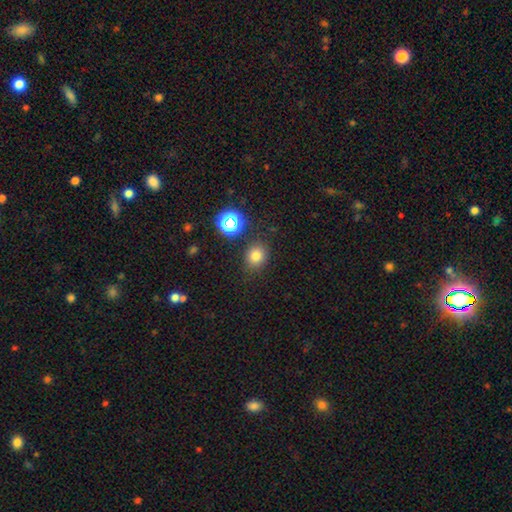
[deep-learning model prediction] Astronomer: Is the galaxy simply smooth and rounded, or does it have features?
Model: smooth — 76%.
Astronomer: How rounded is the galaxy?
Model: round — 68%.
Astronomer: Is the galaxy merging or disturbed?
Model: none — 81%.